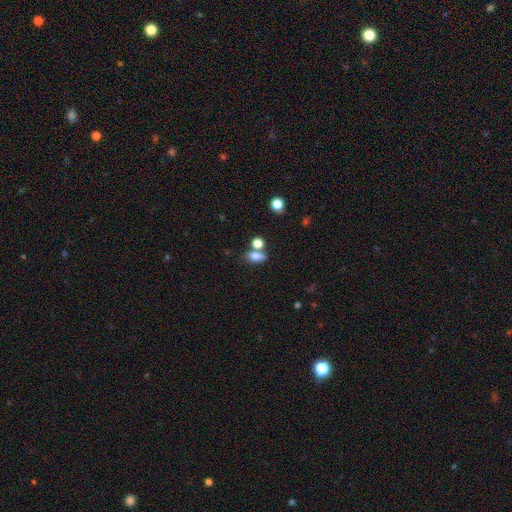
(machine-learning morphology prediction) Smooth or featured: smooth — 78% (star or artifact — 12%)
How rounded: in between — 76% (round — 19%)
Merging: none — 47% (merger — 34%)